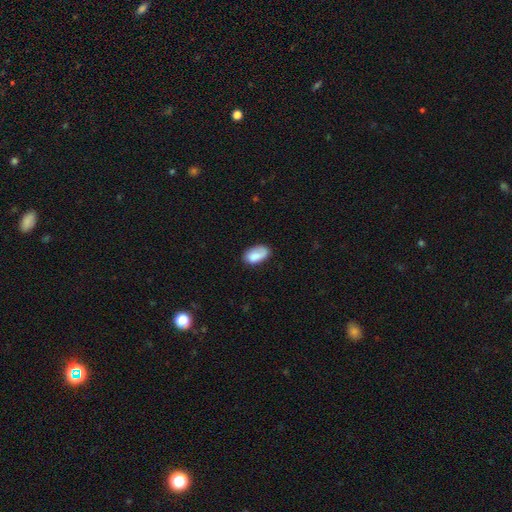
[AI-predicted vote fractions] Overall: smooth (82%). How rounded: in between (94%). Merging: none (65%).